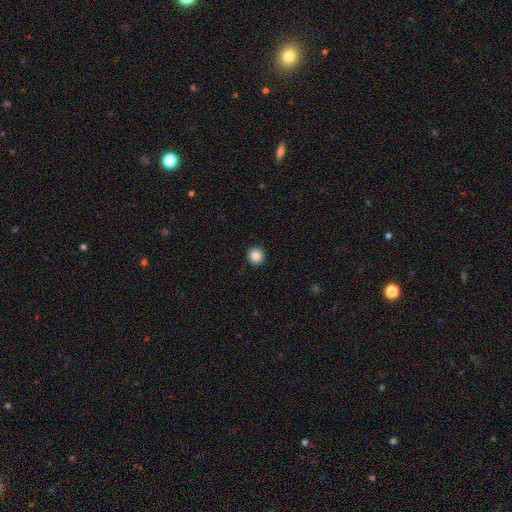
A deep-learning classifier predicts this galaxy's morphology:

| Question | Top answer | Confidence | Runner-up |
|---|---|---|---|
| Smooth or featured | smooth | 87% | star or artifact (9%) |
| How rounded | round | 92% | in between (7%) |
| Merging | none | 92% | minor disturbance (5%) |